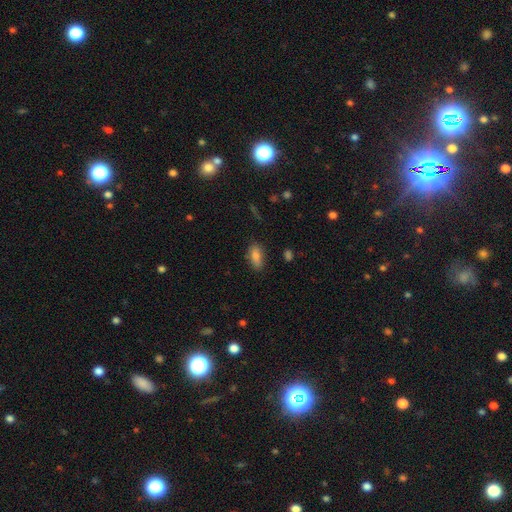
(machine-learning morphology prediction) smooth_or_featured: smooth (p=0.82) [alt: featured or disk p=0.10]
how_rounded: in between (p=0.83) [alt: cigar-shaped p=0.13]
merging: none (p=0.83) [alt: minor disturbance p=0.13]